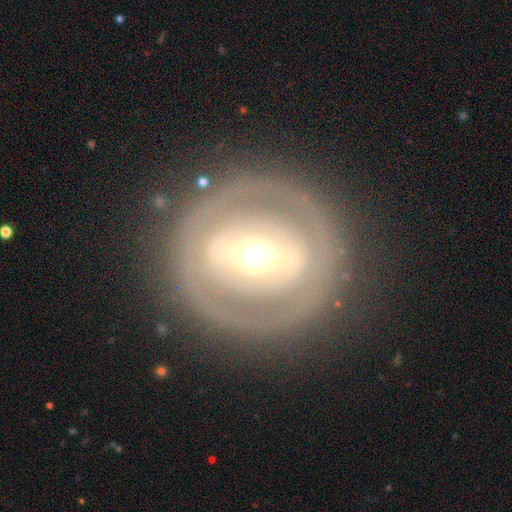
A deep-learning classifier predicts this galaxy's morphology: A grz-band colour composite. It shows a featured or disk galaxy (68%) with a strong bar (44%), no spiral arms (76%) and a moderate central bulge (62%). Merging: none (81%).